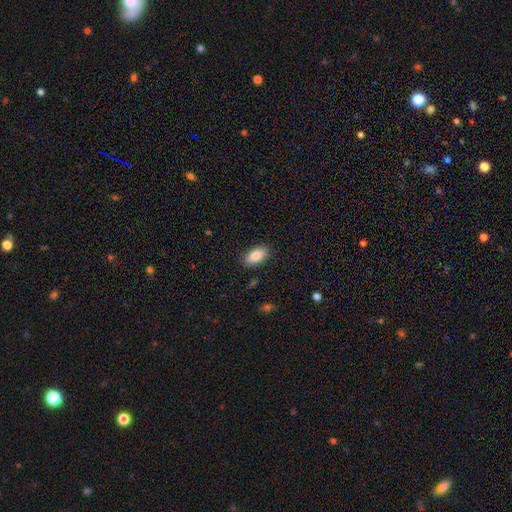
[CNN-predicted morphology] Smooth or featured? Predicted: smooth (p=0.87). How rounded? Predicted: in between (p=0.92). Merging? Predicted: none (p=0.88).